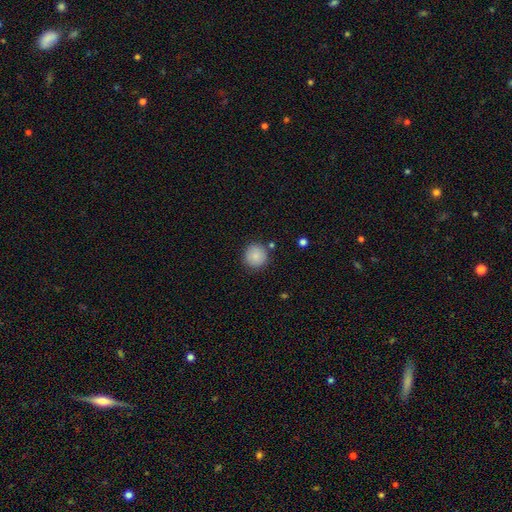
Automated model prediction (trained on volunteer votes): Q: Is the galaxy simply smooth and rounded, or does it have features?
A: smooth — 87%.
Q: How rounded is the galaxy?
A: round — 94%.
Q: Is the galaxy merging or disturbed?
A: none — 86%.